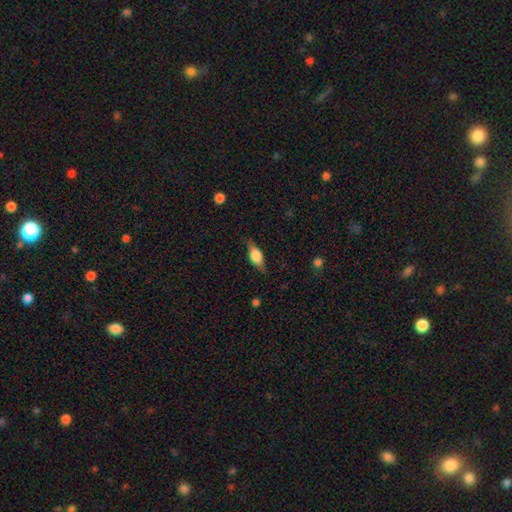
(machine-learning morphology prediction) A smooth galaxy with no disk features (48%).

Vote fractions:
- Smooth or featured? smooth: 48% / featured or disk: 44% / star or artifact: 7%
- Merging? none: 75% / minor disturbance: 18% / major disturbance: 5% / merger: 1%